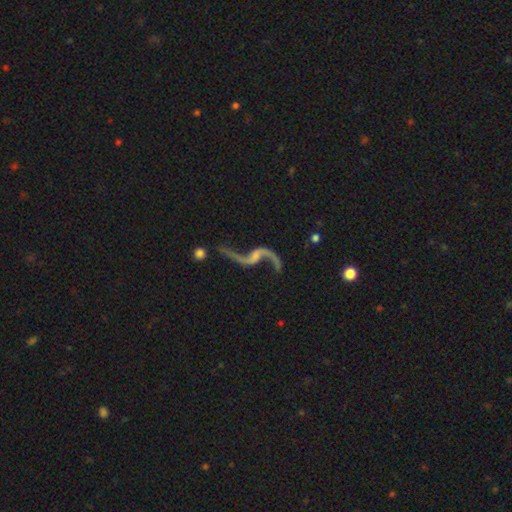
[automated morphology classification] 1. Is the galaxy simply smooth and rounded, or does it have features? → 90% featured or disk, 6% star or artifact, 5% smooth.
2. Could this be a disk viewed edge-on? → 96% no, 4% yes.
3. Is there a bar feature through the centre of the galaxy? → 50% no, 34% weak, 16% strong.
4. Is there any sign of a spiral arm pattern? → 96% yes, 4% no.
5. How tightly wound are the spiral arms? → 94% loose, 4% medium, 2% tight.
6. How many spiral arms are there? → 93% 2, 3% 1, 1% can't tell, 1% 3, 1% 4, 1% more than 4.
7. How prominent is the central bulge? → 43% none, 40% small, 13% moderate, 2% large, 1% dominant.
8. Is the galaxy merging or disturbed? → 62% none, 16% minor disturbance, 15% major disturbance, 7% merger.